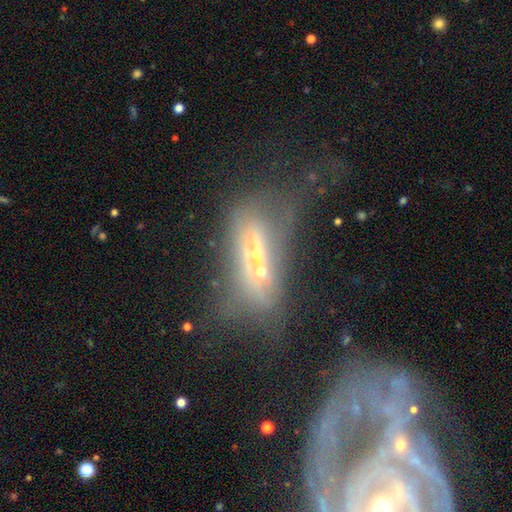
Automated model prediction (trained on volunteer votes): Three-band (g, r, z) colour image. It shows a featured or disk galaxy (50%). Merging: merger (36%).